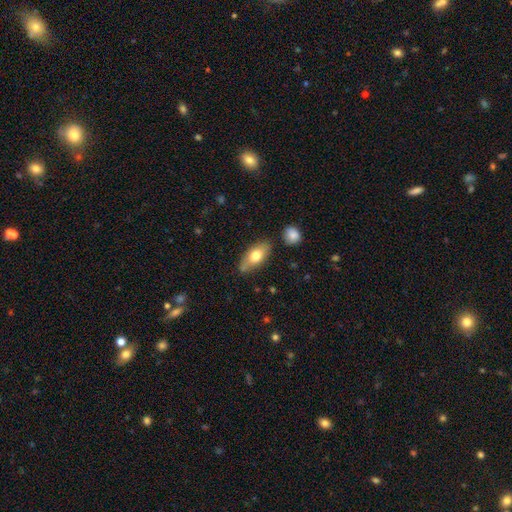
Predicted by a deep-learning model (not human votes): A smooth galaxy with no disk features (69%) that is in between round and cigar-shaped (84%). Merging: none (74%).